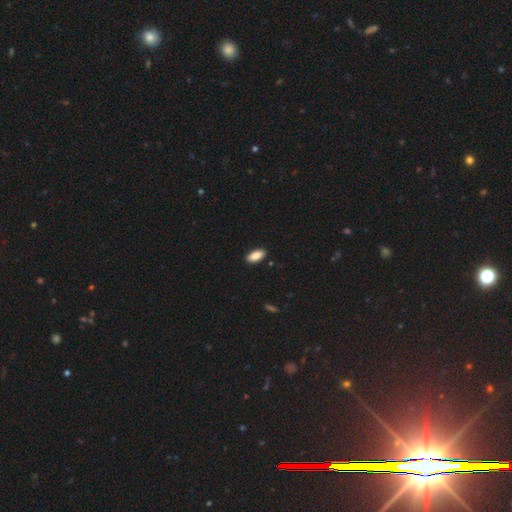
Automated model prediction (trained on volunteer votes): smooth 87%, star or artifact 7%, featured or disk 6%. Down the decision tree: how rounded — in between (88%); merging — none (89%).